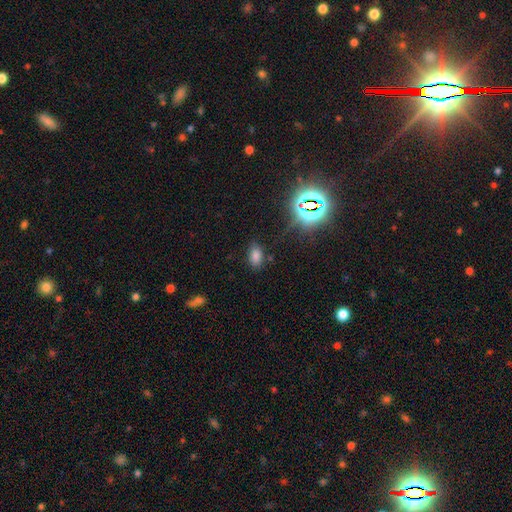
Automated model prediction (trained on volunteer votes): smooth 73%, star or artifact 21%, featured or disk 6%. Down the decision tree: how rounded — in between (90%); merging — none (79%).